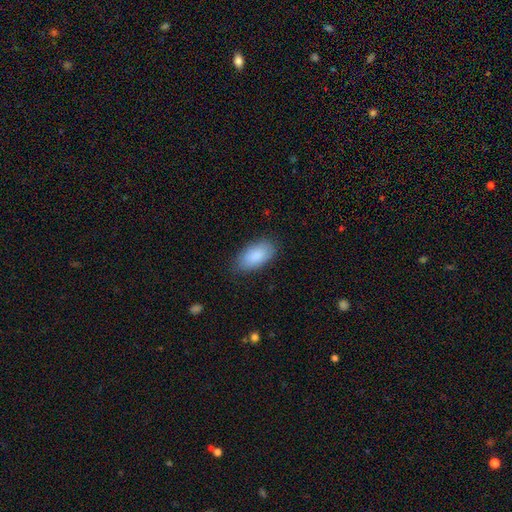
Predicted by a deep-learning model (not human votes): smooth_or_featured: smooth (p=0.88) [alt: featured or disk p=0.06]
how_rounded: in between (p=0.94) [alt: cigar-shaped p=0.04]
merging: none (p=0.81) [alt: minor disturbance p=0.15]